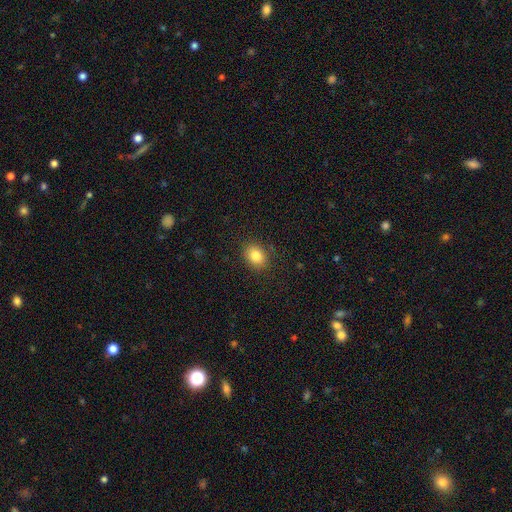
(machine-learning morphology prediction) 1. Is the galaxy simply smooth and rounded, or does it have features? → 83% smooth, 10% star or artifact, 7% featured or disk.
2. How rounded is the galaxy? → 57% in between, 42% round, 1% cigar-shaped.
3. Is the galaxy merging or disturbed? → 86% none, 10% minor disturbance, 3% major disturbance, 1% merger.